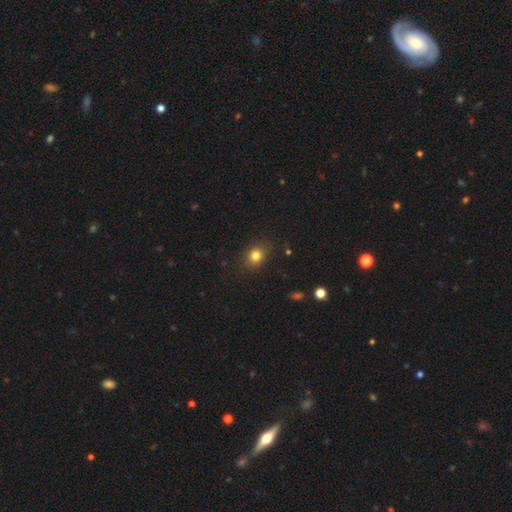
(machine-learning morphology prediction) smooth-or-featured: smooth: 81% | star or artifact: 13% | featured or disk: 7%
  how-rounded: round: 66% | in between: 33% | cigar-shaped: 1%
  merging: none: 85% | minor disturbance: 10% | major disturbance: 3% | merger: 1%